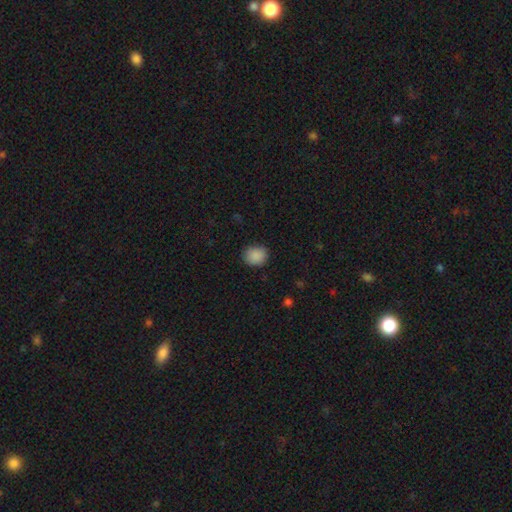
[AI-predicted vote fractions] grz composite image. It shows a smooth galaxy with no disk features (88%) that is round (69%). Merging: none (85%).